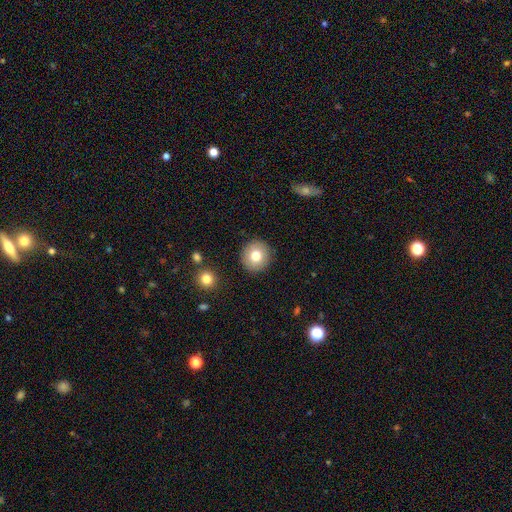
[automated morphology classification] smooth 76%, featured or disk 14%, star or artifact 10%. Down the decision tree: how rounded — round (92%); merging — none (90%).